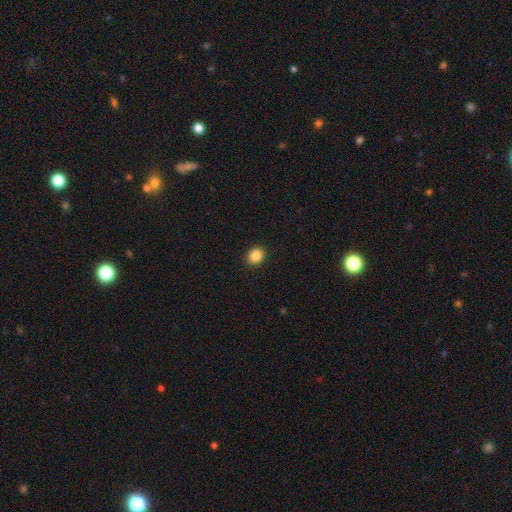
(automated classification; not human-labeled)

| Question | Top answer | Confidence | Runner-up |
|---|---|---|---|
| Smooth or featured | smooth | 86% | star or artifact (9%) |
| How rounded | round | 59% | in between (40%) |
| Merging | none | 91% | minor disturbance (6%) |